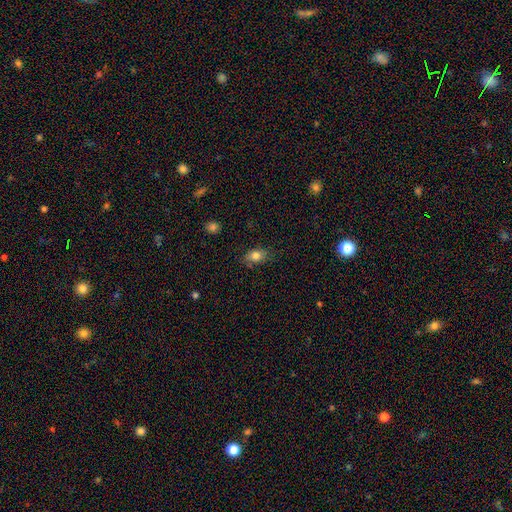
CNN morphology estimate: smooth-or-featured: smooth: 82% | star or artifact: 9% | featured or disk: 9%
  how-rounded: in between: 81% | round: 17% | cigar-shaped: 2%
  merging: none: 75% | minor disturbance: 19% | major disturbance: 4% | merger: 2%